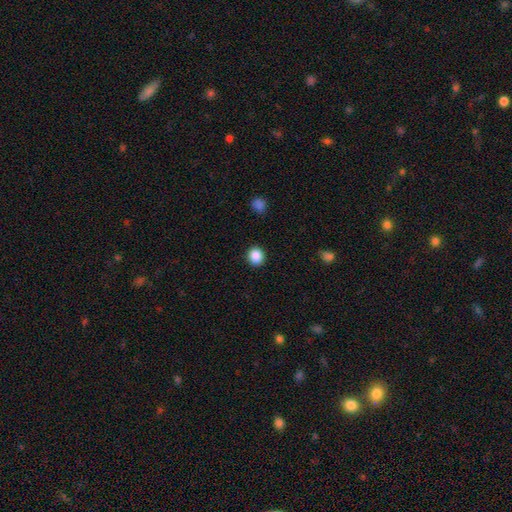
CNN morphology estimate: The model was most divided on "how rounded": round: 85%, in between: 15%, cigar-shaped: 1%. More confident: merging — none (91%); smooth or featured — smooth (88%).